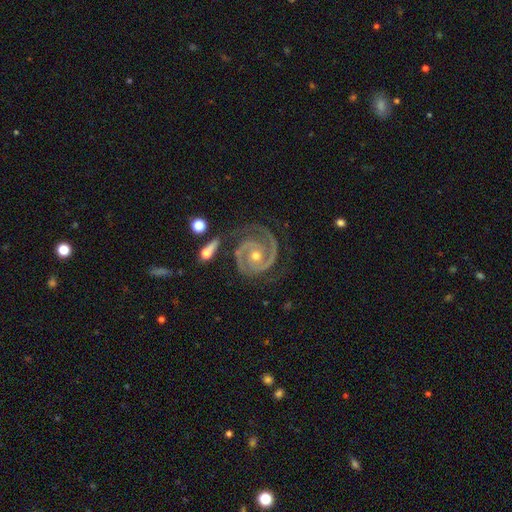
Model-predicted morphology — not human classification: smooth_or_featured: featured or disk (p=0.93) [alt: star or artifact p=0.04]
disk_edge_on: no (p=0.98) [alt: yes p=0.02]
bar: no (p=0.67) [alt: weak p=0.22]
has_spiral_arms: yes (p=0.98) [alt: no p=0.02]
spiral_winding: tight (p=0.67) [alt: medium p=0.29]
spiral_arm_count: 2 (p=0.84) [alt: 3 p=0.06]
bulge_size: moderate (p=0.59) [alt: small p=0.38]
merging: none (p=0.72) [alt: minor disturbance p=0.17]